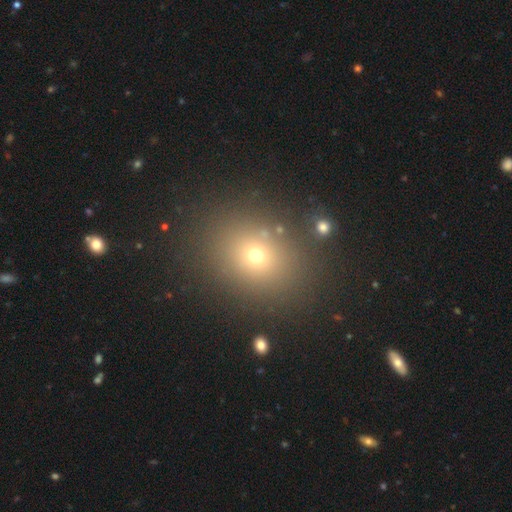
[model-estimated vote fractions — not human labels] smooth-or-featured: smooth: 69% | star or artifact: 20% | featured or disk: 11%
  how-rounded: round: 54% | in between: 45% | cigar-shaped: 1%
  merging: none: 81% | minor disturbance: 10% | major disturbance: 5% | merger: 4%